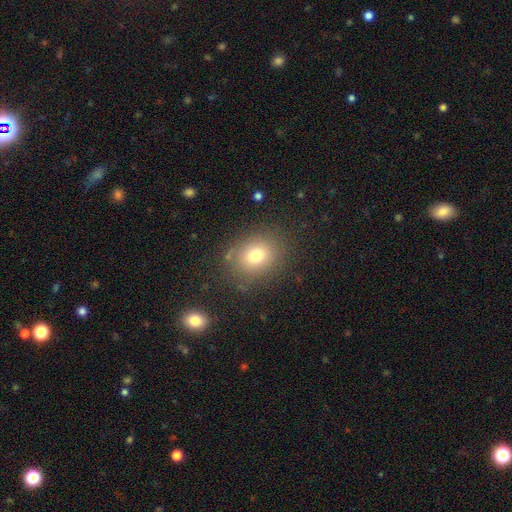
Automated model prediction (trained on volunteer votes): The model was most divided on "how rounded": round: 54%, in between: 45%, cigar-shaped: 1%. More confident: merging — none (82%); smooth or featured — smooth (76%).